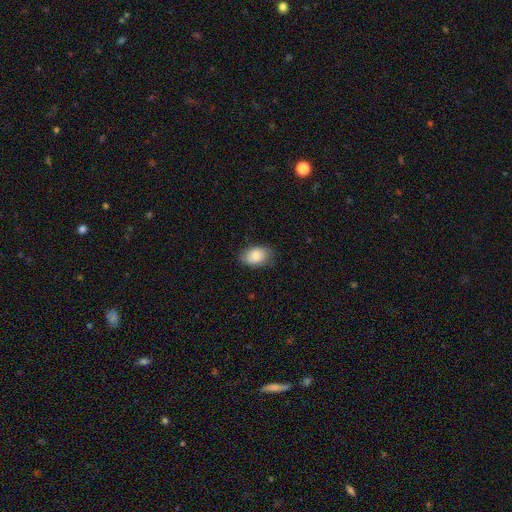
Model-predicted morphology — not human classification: Overall: smooth (81%). How rounded: in between (86%). Merging: none (78%).